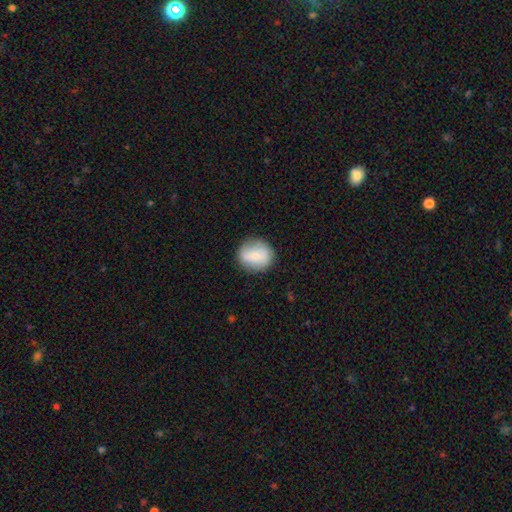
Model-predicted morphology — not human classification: Smooth or featured: smooth — 68% (featured or disk — 25%)
How rounded: round — 77% (in between — 21%)
Merging: none — 79% (minor disturbance — 15%)